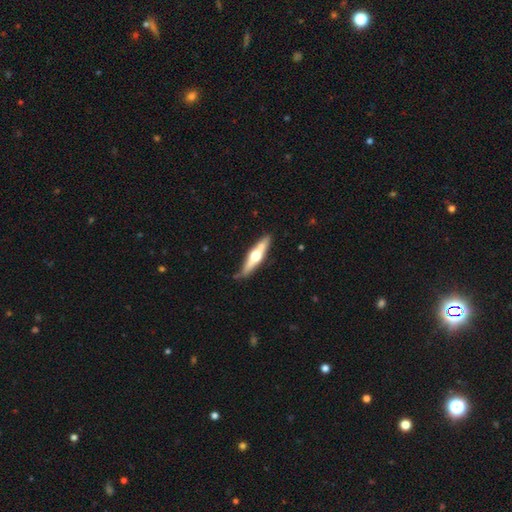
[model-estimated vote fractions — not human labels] smooth_or_featured: featured or disk (p=0.66) [alt: smooth p=0.29]
disk_edge_on: yes (p=0.94) [alt: no p=0.06]
edge_on_bulge: rounded (p=0.94) [alt: boxy p=0.04]
merging: none (p=0.77) [alt: minor disturbance p=0.16]